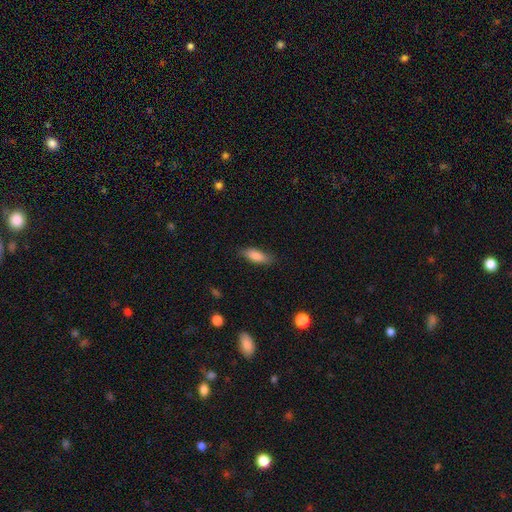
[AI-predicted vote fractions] Smooth or featured? Predicted: smooth (p=0.84). How rounded? Predicted: in between (p=0.71). Merging? Predicted: none (p=0.80).